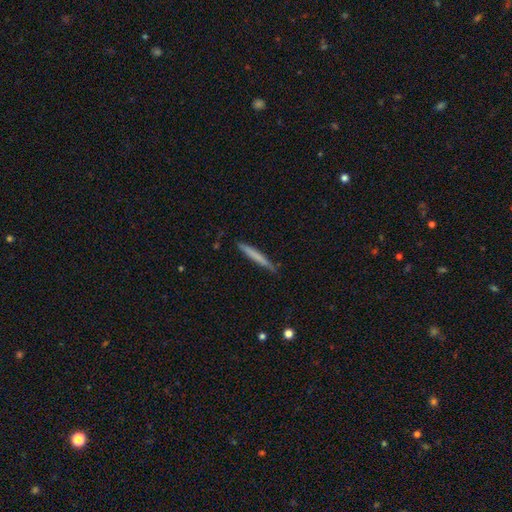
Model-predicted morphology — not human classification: A smooth galaxy with no disk features (67%) that is cigar-shaped (97%). Merging: none (86%).